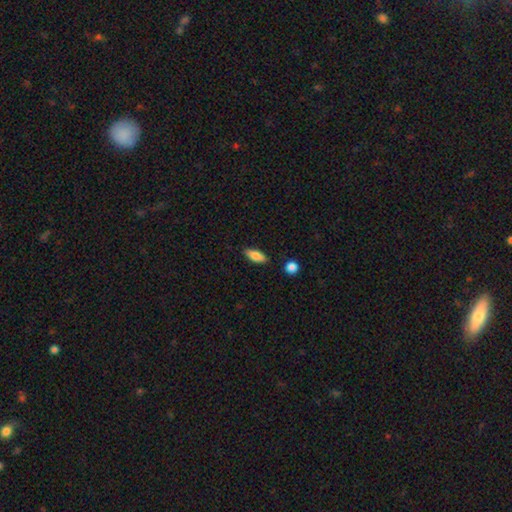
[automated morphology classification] A smooth galaxy with no disk features (81%) that is in between round and cigar-shaped (75%). Merging: none (85%).